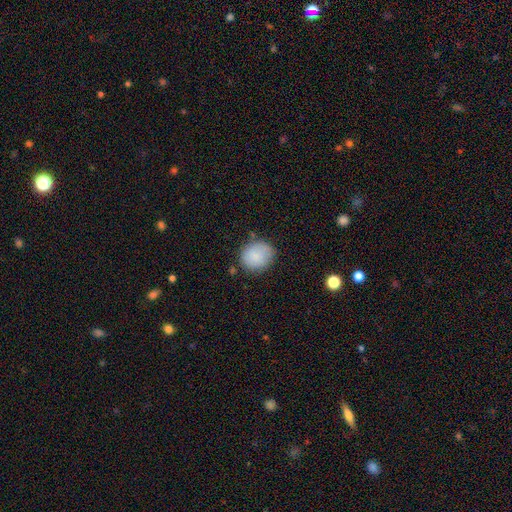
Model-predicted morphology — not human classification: type=smooth (84%); roundness=round (78%); merging=none (76%).